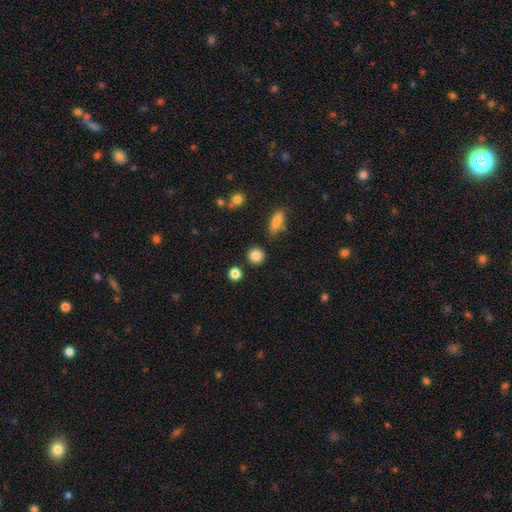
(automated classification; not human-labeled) The model was most divided on "smooth or featured": smooth: 85%, star or artifact: 10%, featured or disk: 5%. More confident: how rounded — round (91%); merging — none (87%).